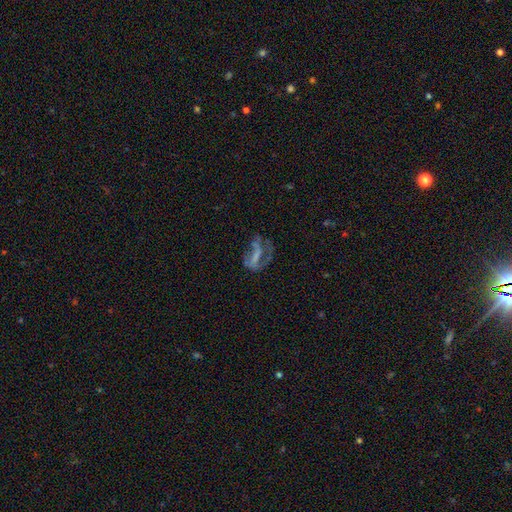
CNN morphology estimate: featured or disk 58%, smooth 28%, star or artifact 14%. Down the decision tree: edge-on disk — no (95%); bar — no (44%); spiral arms — no (55%); bulge size — none (60%); merging — major disturbance (49%).